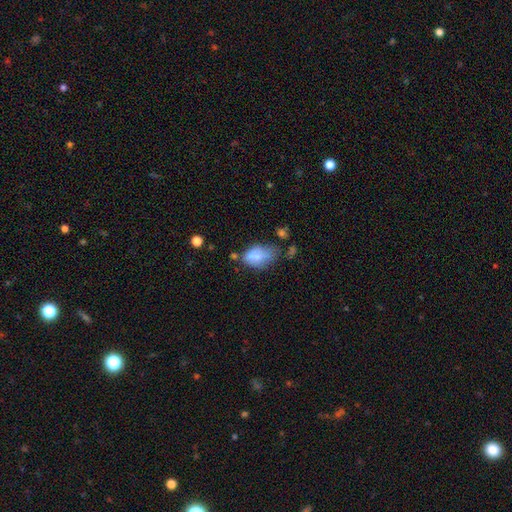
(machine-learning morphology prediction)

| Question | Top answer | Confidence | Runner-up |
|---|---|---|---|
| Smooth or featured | smooth | 71% | featured or disk (19%) |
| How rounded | in between | 87% | round (11%) |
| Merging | minor disturbance | 33% | major disturbance (27%) |